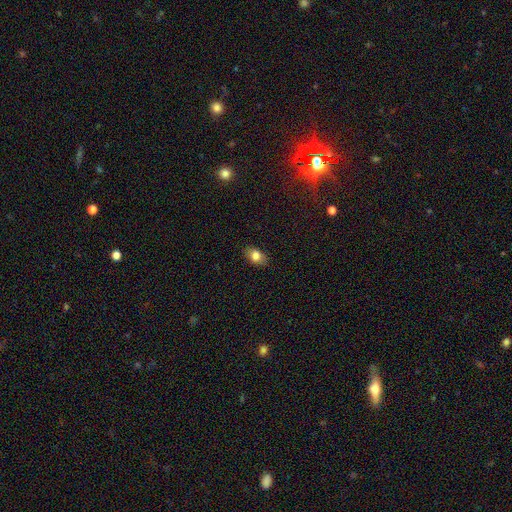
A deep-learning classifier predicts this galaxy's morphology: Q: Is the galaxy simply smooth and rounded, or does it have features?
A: smooth — 81%.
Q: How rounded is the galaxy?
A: in between — 85%.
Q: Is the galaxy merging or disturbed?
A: none — 86%.